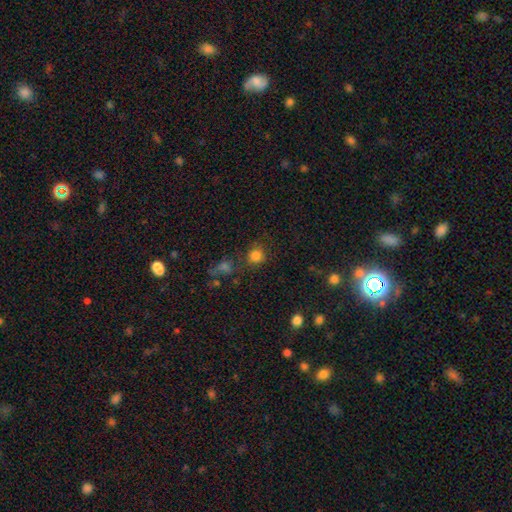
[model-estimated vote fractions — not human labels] A smooth galaxy with no disk features (80%) that is round (89%).

Vote fractions:
- Smooth or featured? smooth: 80% / star or artifact: 15% / featured or disk: 6%
- How rounded? round: 89% / in between: 10% / cigar-shaped: 1%
- Merging? none: 73% / minor disturbance: 11% / merger: 11% / major disturbance: 6%